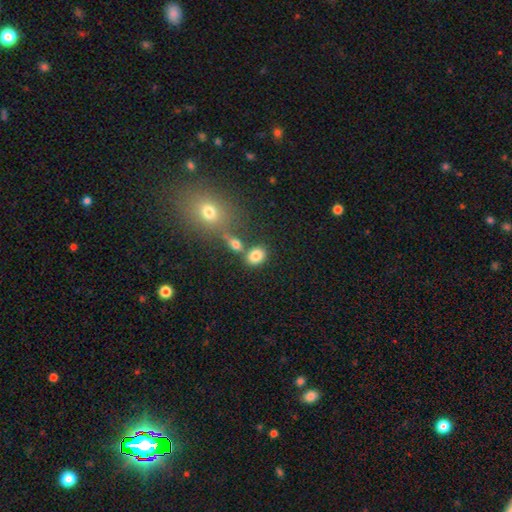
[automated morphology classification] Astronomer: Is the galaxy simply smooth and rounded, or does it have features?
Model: smooth — 82%.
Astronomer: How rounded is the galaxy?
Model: in between — 60% (runner-up: round, 39%).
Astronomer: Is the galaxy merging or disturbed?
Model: none — 63%.